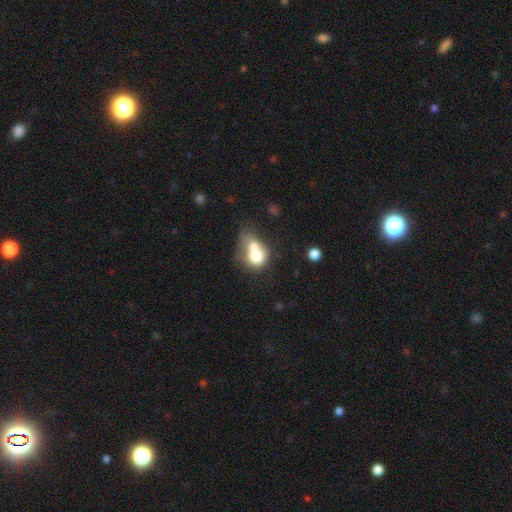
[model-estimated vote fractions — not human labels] smooth 68%, featured or disk 23%, star or artifact 9%. Down the decision tree: how rounded — round (61%); merging — merger (68%).